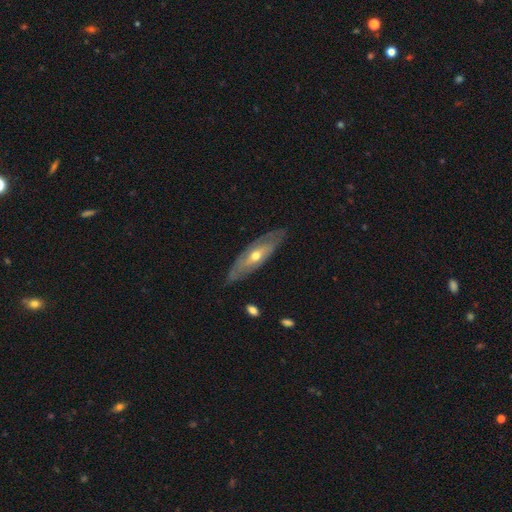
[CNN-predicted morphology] Smooth or featured?
  - featured or disk: 65% *
  - smooth: 30%
  - star or artifact: 5%
Edge-on disk?
  - no: 61% *
  - yes: 39%
Merging?
  - none: 78% *
  - minor disturbance: 17%
  - major disturbance: 4%
  - merger: 1%